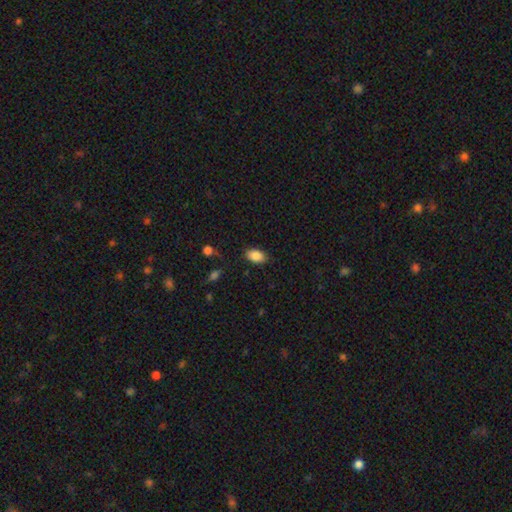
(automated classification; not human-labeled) Smooth or featured? smooth (87%)
How rounded? in between (91%)
Merging? none (84%)